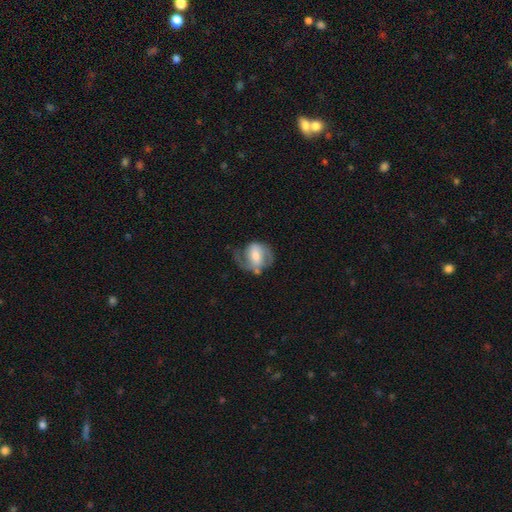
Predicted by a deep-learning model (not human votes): Smooth or featured: featured or disk — 65% (smooth — 29%)
Edge-on disk: no — 97% (yes — 3%)
Bar: weak — 44% (strong — 32%)
Spiral arms: yes — 81% (no — 19%)
Spiral winding: medium — 45% (loose — 29%)
Spiral arm count: 2 — 69% (1 — 18%)
Bulge size: moderate — 56% (small — 30%)
Merging: none — 47% (minor disturbance — 24%)